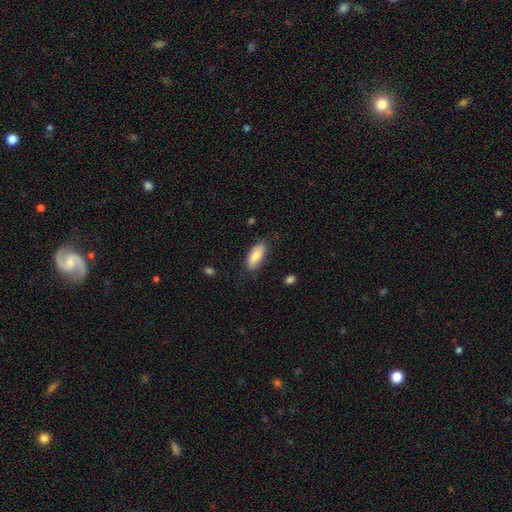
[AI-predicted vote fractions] A smooth galaxy with no disk features (83%) that is in between round and cigar-shaped (85%).

Vote fractions:
- Smooth or featured? smooth: 83% / featured or disk: 11% / star or artifact: 6%
- How rounded? in between: 85% / cigar-shaped: 13% / round: 2%
- Merging? none: 76% / minor disturbance: 18% / major disturbance: 4% / merger: 1%